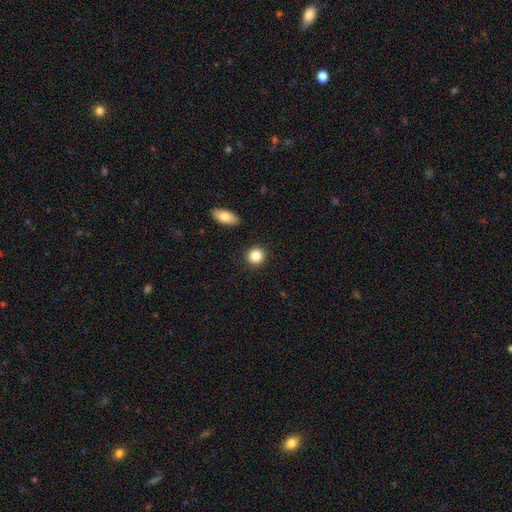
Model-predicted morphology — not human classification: Smooth or featured? Predicted: smooth (p=0.86). How rounded? Predicted: round (p=0.89). Merging? Predicted: none (p=0.90).